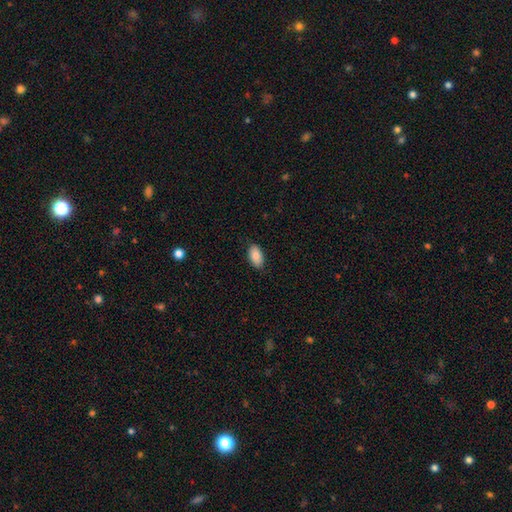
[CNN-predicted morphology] This is clearly a smooth galaxy (86%). How rounded: clearly in between (94%). Merging: clearly none (86%).